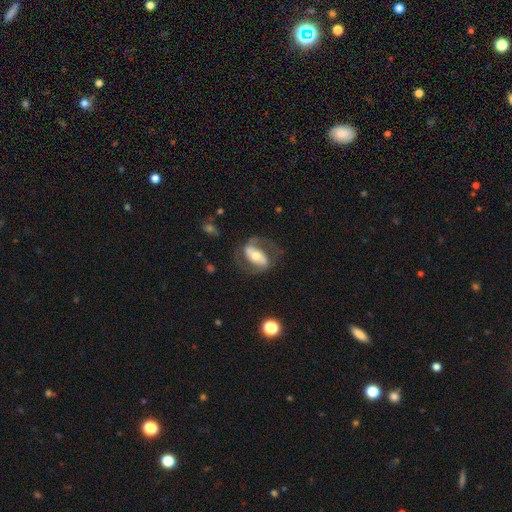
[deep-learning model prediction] Smooth or featured? featured or disk (77%)
Edge-on disk? no (95%)
Bar? strong (49%)
Spiral arms? yes (88%)
Spiral winding? medium (50%)
Spiral arm count? 2 (86%)
Bulge size? moderate (59%)
Merging? none (65%)